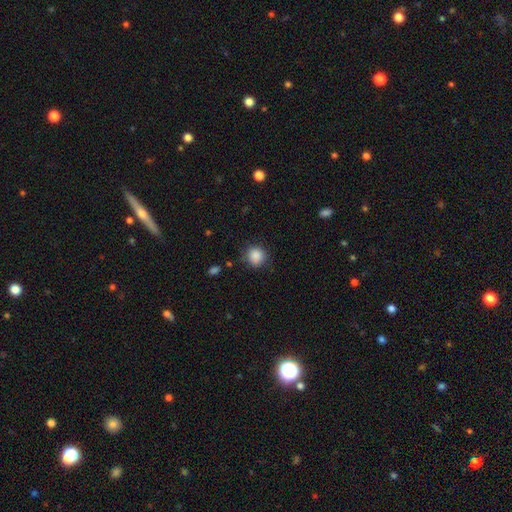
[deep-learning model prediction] Overall: smooth (87%). How rounded: round (89%). Merging: none (81%).